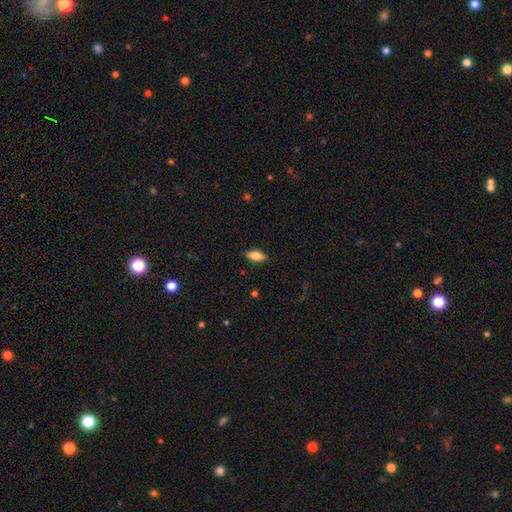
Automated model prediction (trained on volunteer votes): This is likely a smooth galaxy (74%). How rounded: clearly in between (84%). Merging: clearly none (86%).